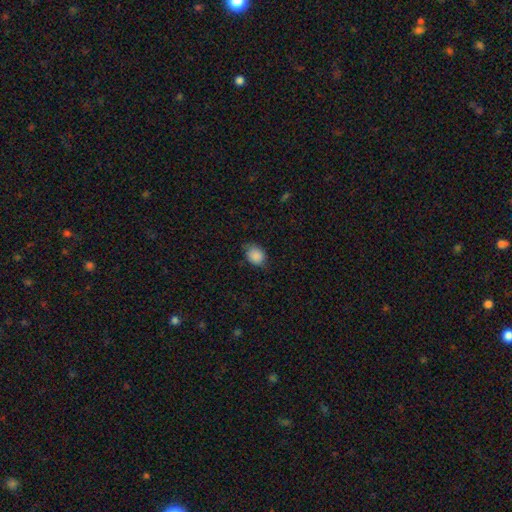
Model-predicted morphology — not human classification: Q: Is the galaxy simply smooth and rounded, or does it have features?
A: smooth — 88%.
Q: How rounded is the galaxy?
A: in between — 54%.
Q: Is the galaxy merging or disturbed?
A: none — 70%.